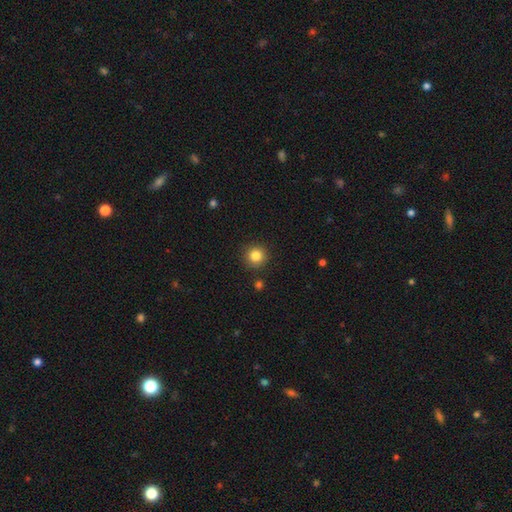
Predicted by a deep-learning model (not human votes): Morphology: type=smooth (83%); roundness=round (94%); merging=none (90%).